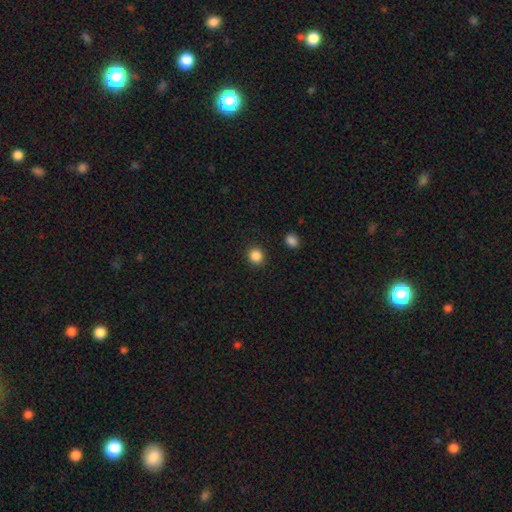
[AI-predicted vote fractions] Smooth or featured?
  - smooth: 87% *
  - star or artifact: 10%
  - featured or disk: 3%
How rounded?
  - round: 89% *
  - in between: 11%
  - cigar-shaped: 1%
Merging?
  - none: 91% *
  - minor disturbance: 5%
  - major disturbance: 2%
  - merger: 2%